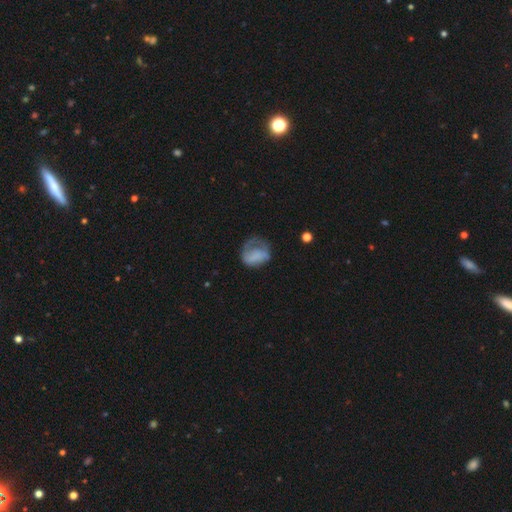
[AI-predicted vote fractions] Smooth or featured: smooth — 56% (featured or disk — 35%)
How rounded: round — 50% (in between — 49%)
Merging: major disturbance — 40% (none — 31%)